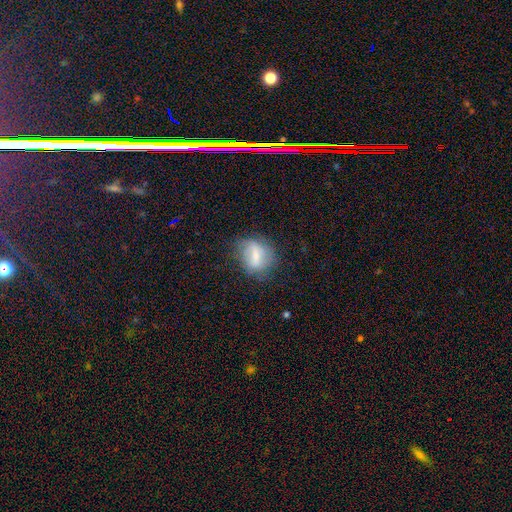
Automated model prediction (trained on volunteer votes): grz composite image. It shows a smooth galaxy with no disk features (53%) that is round (49%). Merging: none (59%).